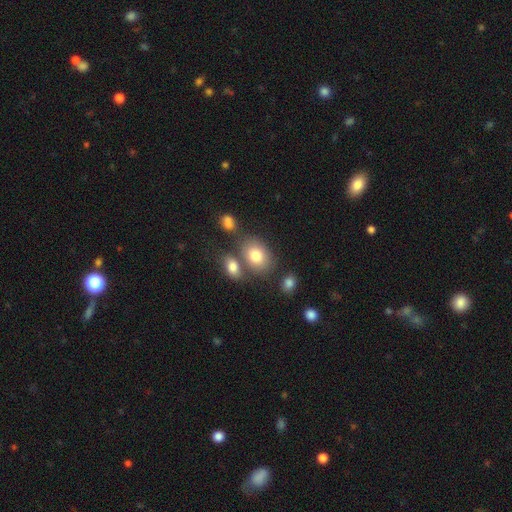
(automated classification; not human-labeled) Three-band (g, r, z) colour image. It shows a smooth galaxy with no disk features (80%) that is in between round and cigar-shaped (70%). Merging: none (58%).